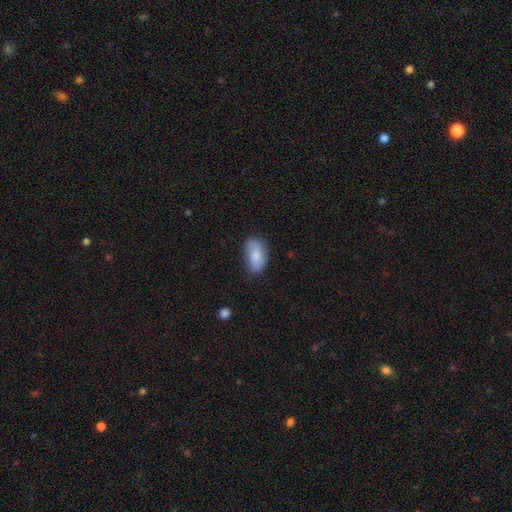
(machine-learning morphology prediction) Smooth or featured? smooth (80%)
How rounded? in between (92%)
Merging? none (69%)